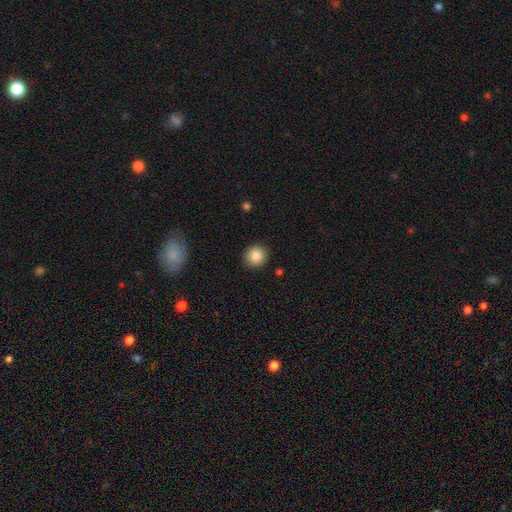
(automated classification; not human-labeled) Smooth or featured?
  - smooth: 86% *
  - star or artifact: 9%
  - featured or disk: 5%
How rounded?
  - round: 90% *
  - in between: 9%
  - cigar-shaped: 1%
Merging?
  - none: 91% *
  - minor disturbance: 6%
  - major disturbance: 2%
  - merger: 1%